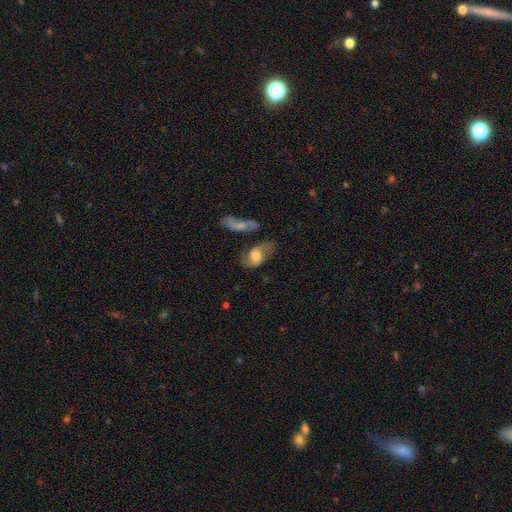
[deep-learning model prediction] The model was most divided on "smooth or featured": featured or disk: 57%, smooth: 36%, star or artifact: 7%. More confident: edge-on disk — no (92%); spiral arms — yes (83%); bar — no (61%); bulge size — moderate (52%); merging — none (51%).